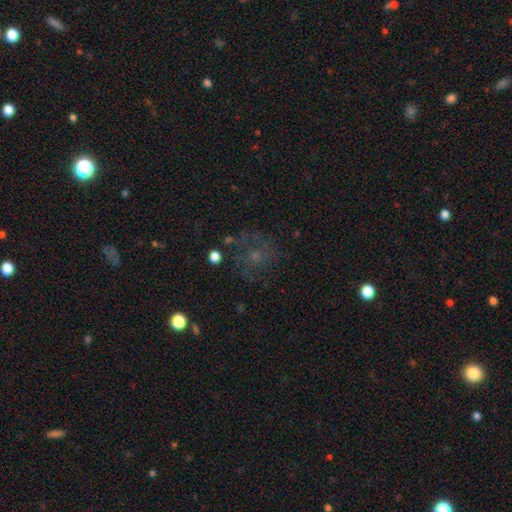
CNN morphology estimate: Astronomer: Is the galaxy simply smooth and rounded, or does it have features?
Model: featured or disk — 39% (runner-up: smooth, 33%).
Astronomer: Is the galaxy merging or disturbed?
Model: none — 62%.